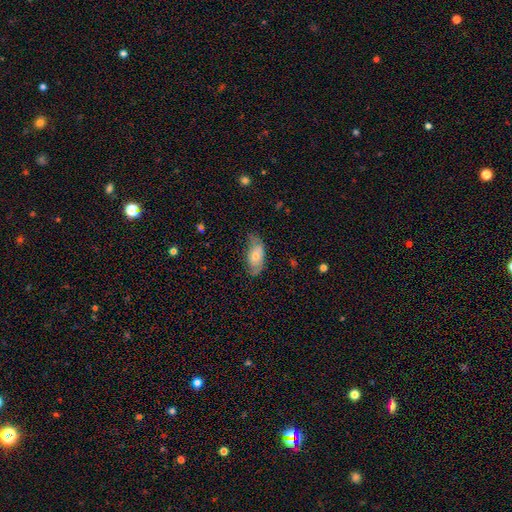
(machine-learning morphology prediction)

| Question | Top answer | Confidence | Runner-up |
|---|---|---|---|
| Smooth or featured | smooth | 56% | featured or disk (37%) |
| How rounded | in between | 89% | cigar-shaped (7%) |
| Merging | none | 53% | minor disturbance (33%) |